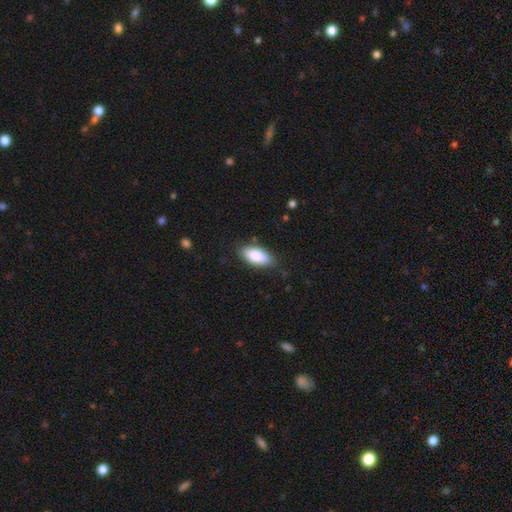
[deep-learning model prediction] Overall: smooth (83%). How rounded: in between (90%). Merging: none (82%).